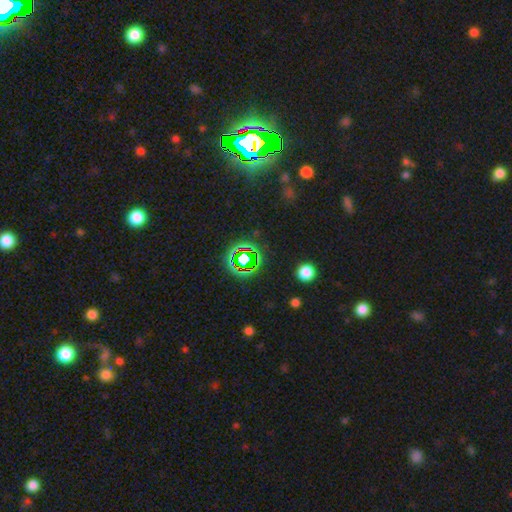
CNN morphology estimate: star or artifact 74%, smooth 18%, featured or disk 8%.